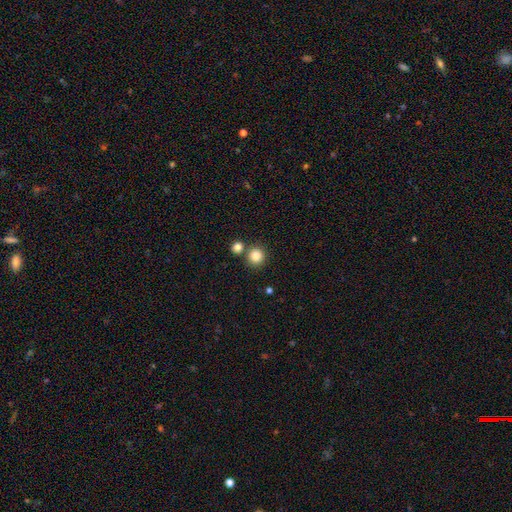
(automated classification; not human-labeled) Morphology: type=smooth (84%); roundness=round (93%); merging=none (77%).